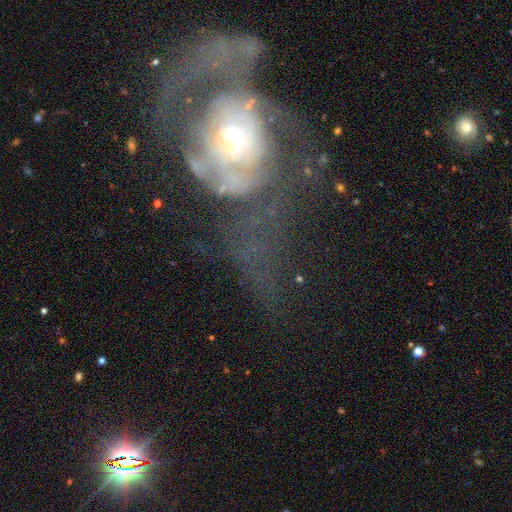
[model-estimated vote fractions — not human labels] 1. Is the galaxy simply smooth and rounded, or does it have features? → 63% featured or disk, 22% smooth, 15% star or artifact.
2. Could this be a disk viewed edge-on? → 94% no, 6% yes.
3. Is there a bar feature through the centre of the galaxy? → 79% no, 15% weak, 6% strong.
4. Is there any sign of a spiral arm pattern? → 52% no, 48% yes.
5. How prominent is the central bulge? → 55% moderate, 33% small, 7% large, 2% dominant, 2% none.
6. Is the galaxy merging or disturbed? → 55% major disturbance, 22% none, 12% minor disturbance, 11% merger.